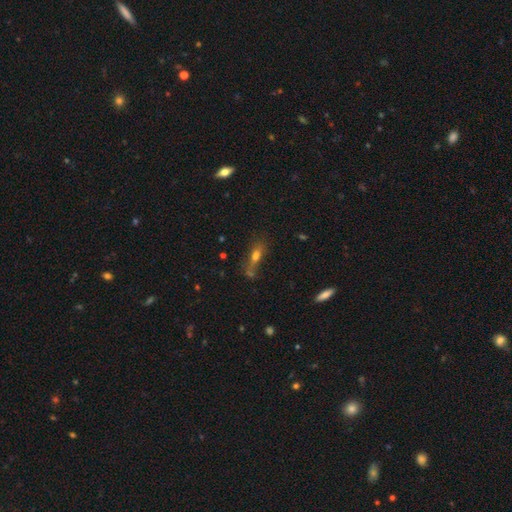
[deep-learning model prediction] Morphology: type=smooth (65%); roundness=in between (58%); merging=none (47%).